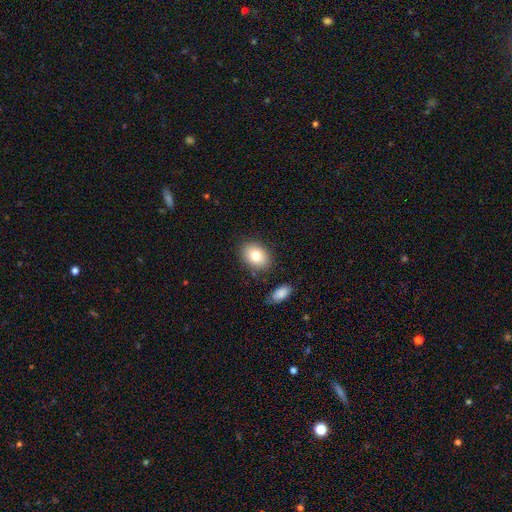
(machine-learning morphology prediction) Smooth or featured? smooth (78%)
How rounded? in between (74%)
Merging? none (83%)